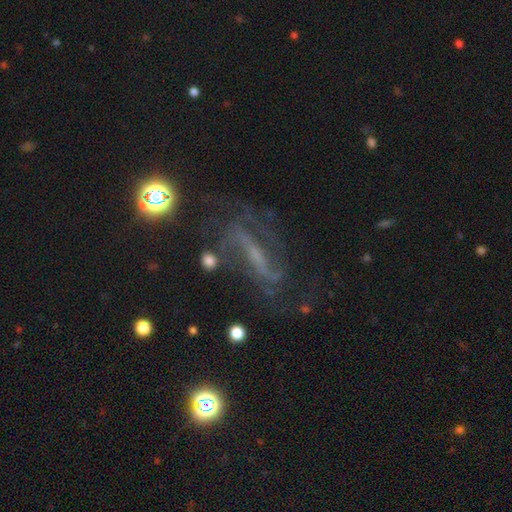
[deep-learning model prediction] Smooth or featured: featured or disk — 70% (star or artifact — 16%)
Edge-on disk: no — 70% (yes — 30%)
Merging: none — 59% (minor disturbance — 20%)